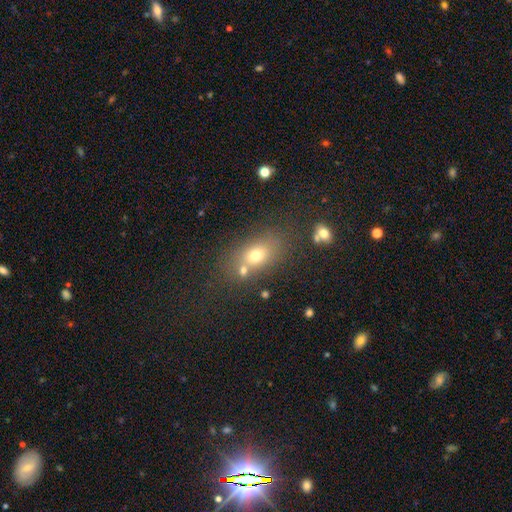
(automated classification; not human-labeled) Smooth or featured: smooth — 68% (star or artifact — 16%)
How rounded: in between — 69% (round — 27%)
Merging: none — 59% (merger — 21%)